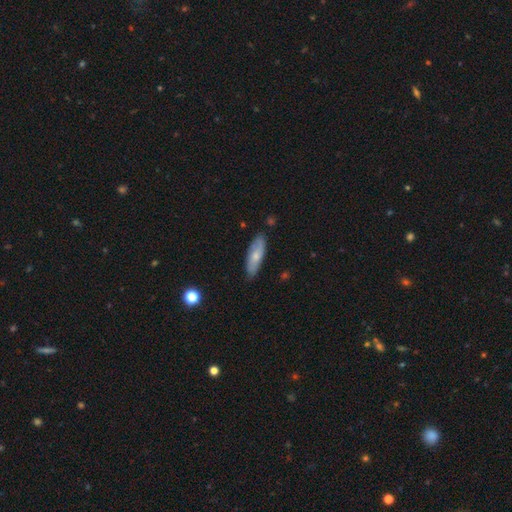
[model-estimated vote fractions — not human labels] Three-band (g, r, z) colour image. It shows a smooth galaxy with no disk features (57%) that is in between round and cigar-shaped (60%). Merging: none (81%).